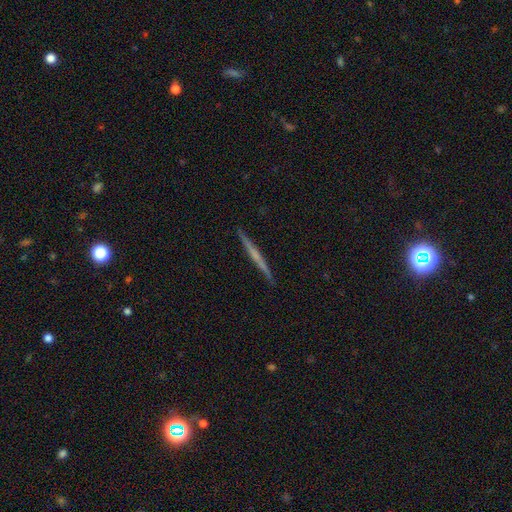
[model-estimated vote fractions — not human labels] Morphology: type=featured or disk (63%); edge-on=yes (98%); edge-on bulge=none (63%); merging=none (92%).